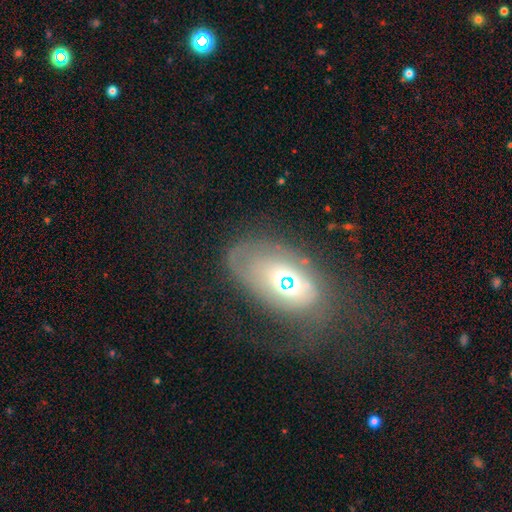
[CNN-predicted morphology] Smooth or featured? featured or disk (57%)
Edge-on disk? no (91%)
Bar? no (63%)
Spiral arms? yes (61%)
Bulge size? moderate (50%)
Merging? none (47%)